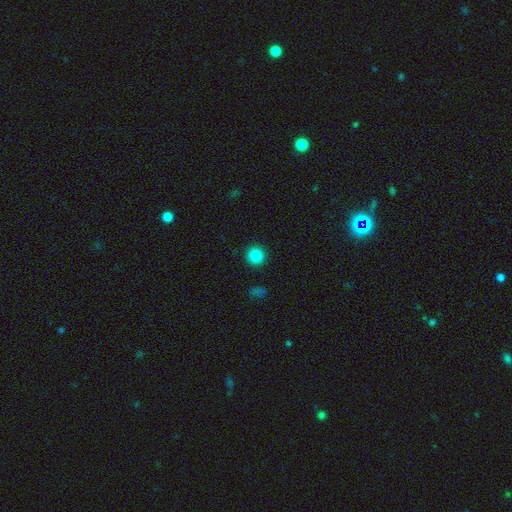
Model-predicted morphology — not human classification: Smooth or featured: smooth — 86% (star or artifact — 10%)
How rounded: round — 95% (in between — 4%)
Merging: none — 92% (minor disturbance — 5%)